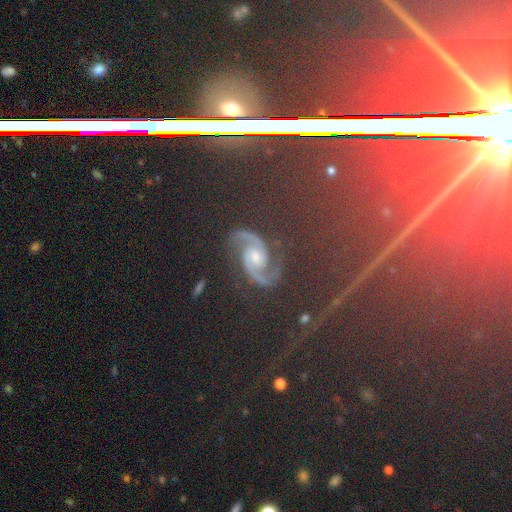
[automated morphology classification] Smooth or featured: featured or disk — 68% (star or artifact — 23%)
Edge-on disk: no — 93% (yes — 7%)
Bar: no — 56% (weak — 30%)
Spiral arms: yes — 94% (no — 6%)
Spiral winding: medium — 48% (tight — 28%)
Spiral arm count: 2 — 90% (can't tell — 4%)
Bulge size: moderate — 62% (small — 26%)
Merging: none — 79% (minor disturbance — 13%)